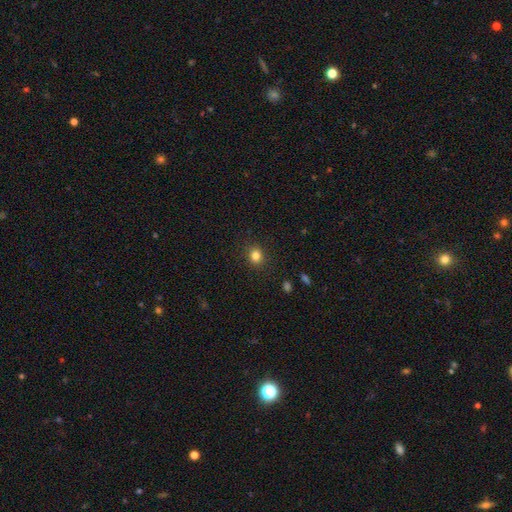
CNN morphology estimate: Overall: smooth (82%). How rounded: round (73%). Merging: none (89%).